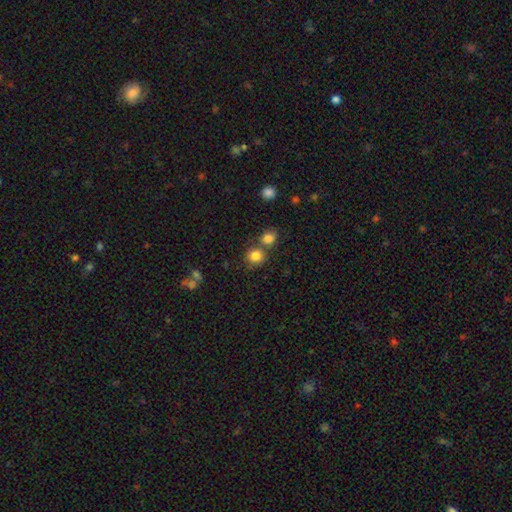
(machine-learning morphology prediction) Q: Smooth or featured?
A: smooth (82%); runner-up: star or artifact (12%)
Q: How rounded?
A: round (86%); runner-up: in between (13%)
Q: Merging?
A: none (61%); runner-up: merger (28%)